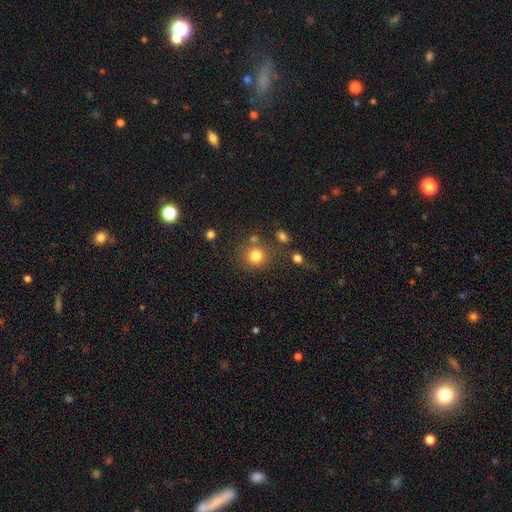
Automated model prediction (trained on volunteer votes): Smooth or featured?
  - smooth: 80% *
  - star or artifact: 13%
  - featured or disk: 7%
How rounded?
  - round: 90% *
  - in between: 9%
  - cigar-shaped: 1%
Merging?
  - none: 75% *
  - merger: 10%
  - minor disturbance: 10%
  - major disturbance: 5%